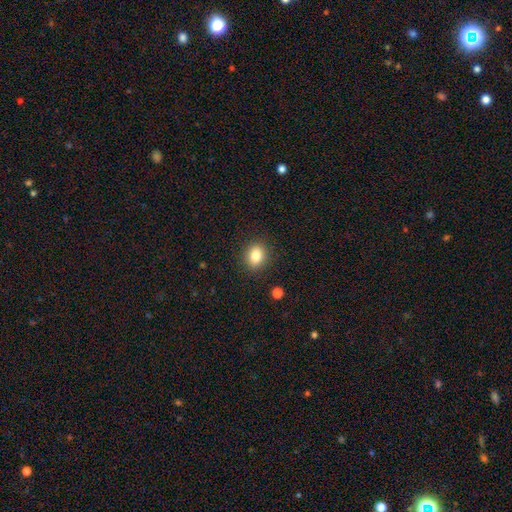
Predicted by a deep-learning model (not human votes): The model was most divided on "how rounded": in between: 50%, round: 49%, cigar-shaped: 1%. More confident: merging — none (89%); smooth or featured — smooth (83%).